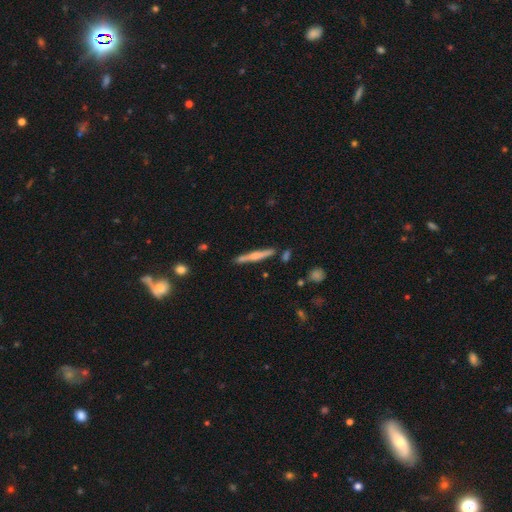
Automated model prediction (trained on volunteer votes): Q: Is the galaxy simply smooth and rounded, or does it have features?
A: featured or disk — 55%.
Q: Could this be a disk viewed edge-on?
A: yes — 97%.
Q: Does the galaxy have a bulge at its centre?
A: rounded — 62%.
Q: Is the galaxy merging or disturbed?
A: none — 84%.